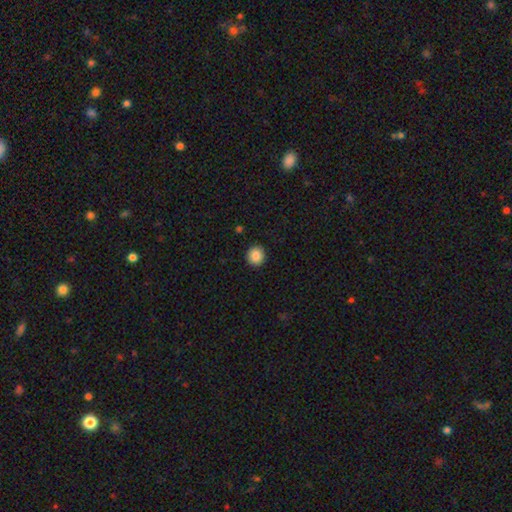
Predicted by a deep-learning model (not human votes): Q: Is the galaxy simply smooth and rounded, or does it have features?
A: smooth — 88%.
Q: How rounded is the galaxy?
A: round — 91%.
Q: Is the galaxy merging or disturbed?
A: none — 92%.